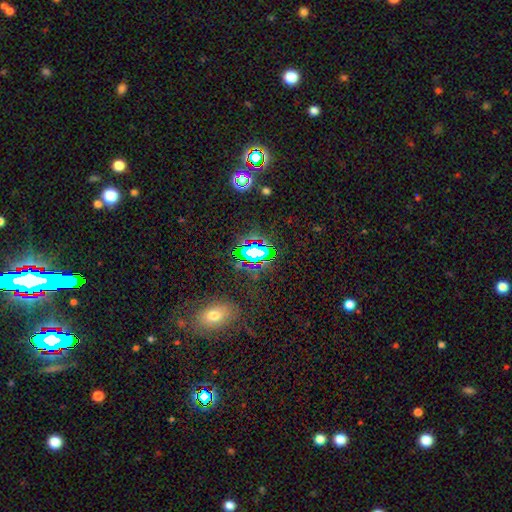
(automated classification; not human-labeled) Smooth or featured? star or artifact (64%)